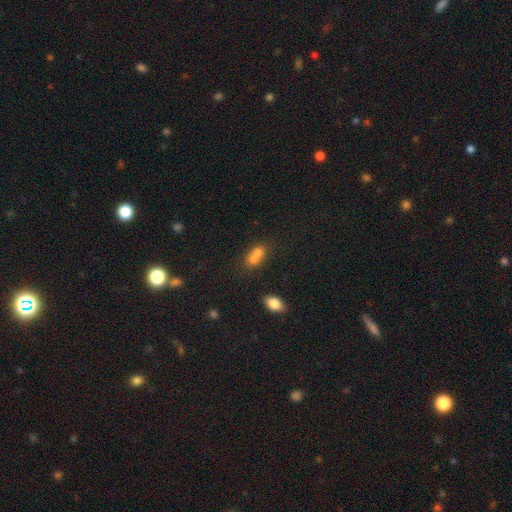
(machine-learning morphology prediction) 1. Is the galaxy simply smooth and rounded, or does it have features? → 69% smooth, 18% featured or disk, 13% star or artifact.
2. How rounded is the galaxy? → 54% in between, 43% round, 3% cigar-shaped.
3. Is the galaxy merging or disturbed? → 64% merger, 24% none, 8% minor disturbance, 4% major disturbance.